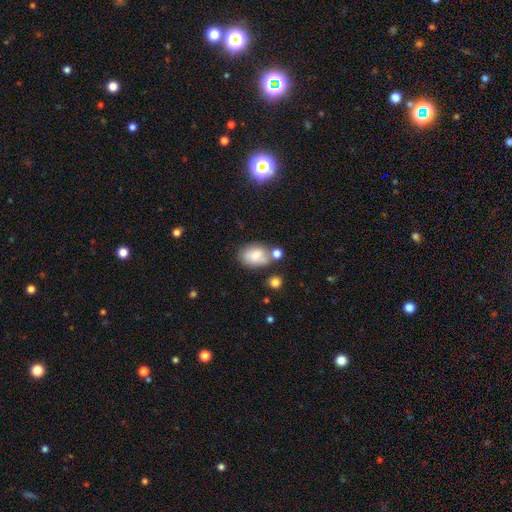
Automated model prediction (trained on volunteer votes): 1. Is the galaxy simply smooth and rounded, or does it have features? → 75% smooth, 16% featured or disk, 9% star or artifact.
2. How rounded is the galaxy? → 79% in between, 19% round, 1% cigar-shaped.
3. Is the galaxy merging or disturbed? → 53% none, 21% minor disturbance, 20% merger, 7% major disturbance.